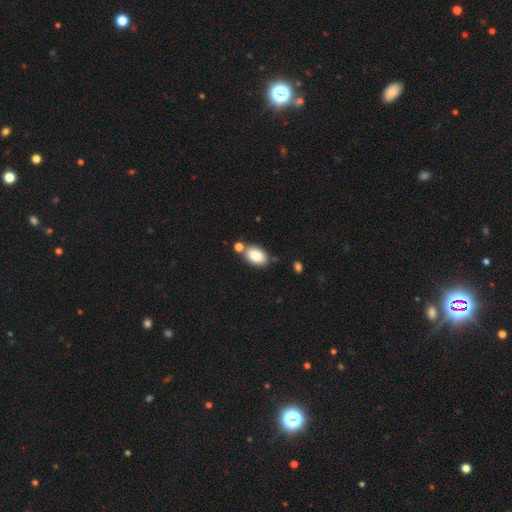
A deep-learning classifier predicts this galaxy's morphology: type=smooth (86%); roundness=in between (89%); merging=none (63%).